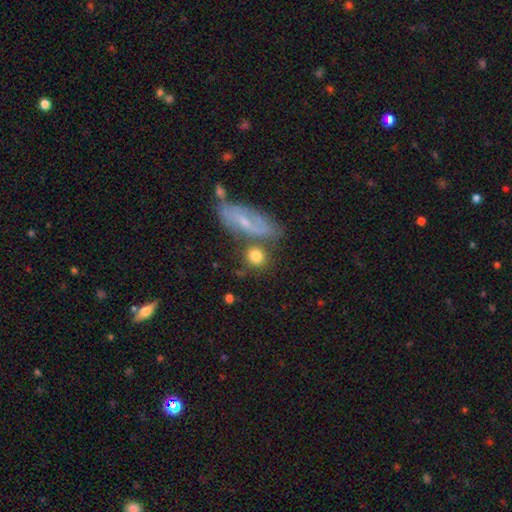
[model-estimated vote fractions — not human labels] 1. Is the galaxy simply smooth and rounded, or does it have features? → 76% smooth, 16% featured or disk, 8% star or artifact.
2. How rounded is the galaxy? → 78% round, 19% in between, 3% cigar-shaped.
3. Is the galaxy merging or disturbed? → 63% none, 18% merger, 14% minor disturbance, 6% major disturbance.